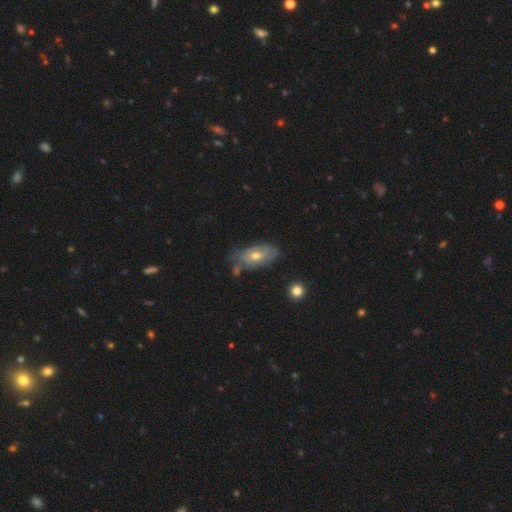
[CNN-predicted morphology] A featured or disk galaxy (48%).

Vote fractions:
- Smooth or featured? featured or disk: 48% / smooth: 44% / star or artifact: 9%
- Merging? none: 58% / minor disturbance: 27% / major disturbance: 8% / merger: 7%